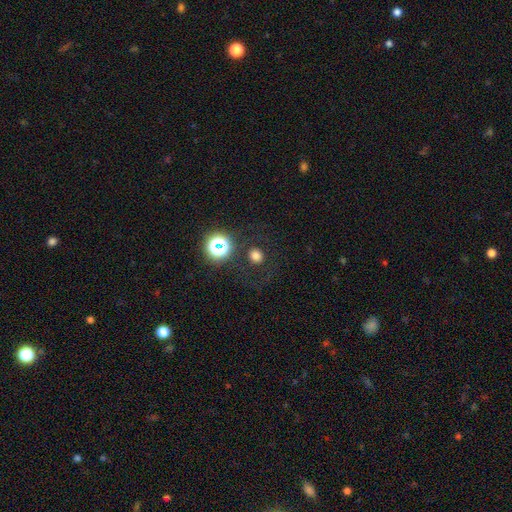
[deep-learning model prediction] Overall: smooth (71%). How rounded: round (85%). Merging: none (84%).